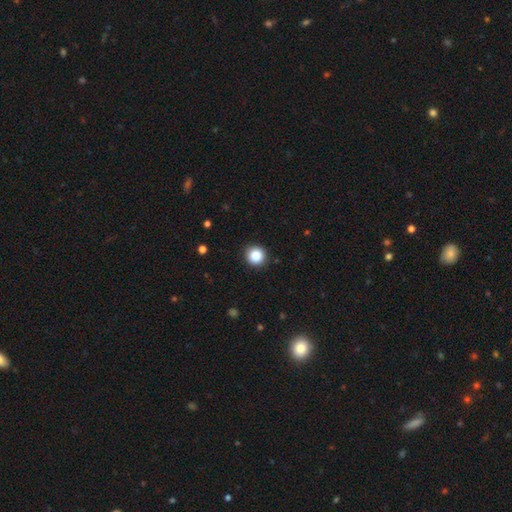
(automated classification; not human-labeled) smooth 86%, star or artifact 10%, featured or disk 4%. Down the decision tree: how rounded — round (95%); merging — none (92%).